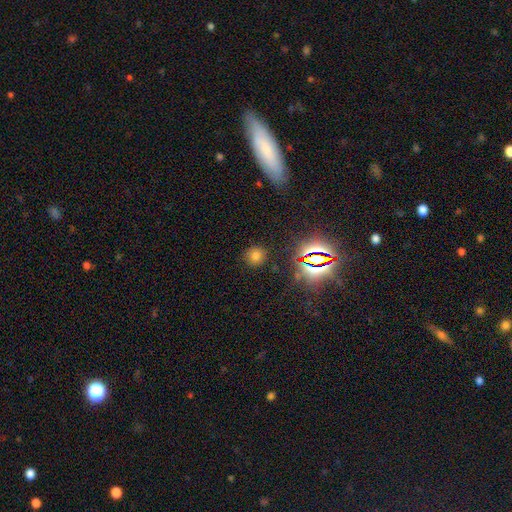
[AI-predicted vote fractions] smooth_or_featured: smooth (p=0.68) [alt: star or artifact p=0.24]
how_rounded: round (p=0.87) [alt: in between p=0.12]
merging: none (p=0.86) [alt: minor disturbance p=0.08]